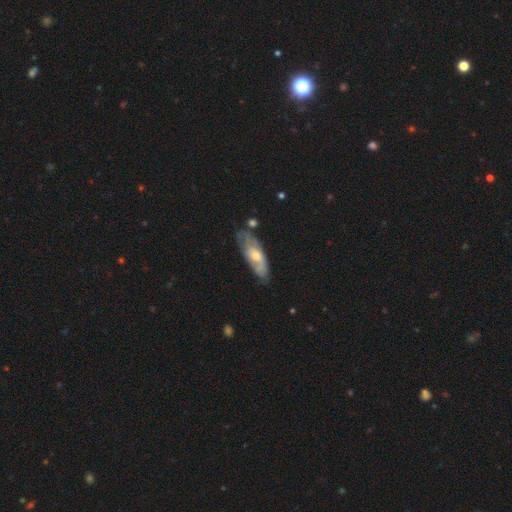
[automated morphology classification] type=featured or disk (56%); edge-on=no (76%); merging=none (60%).